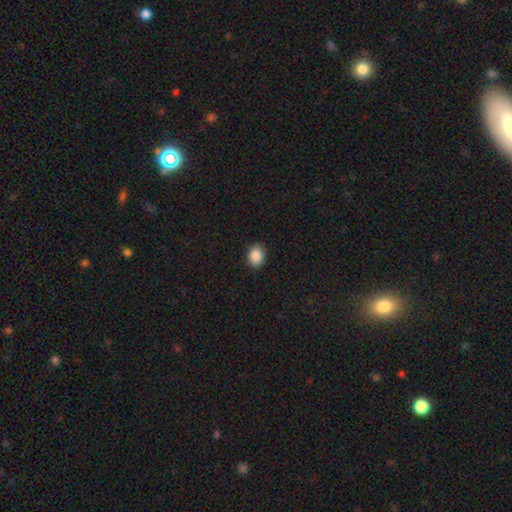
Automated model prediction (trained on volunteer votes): Smooth or featured: smooth — 89% (star or artifact — 8%)
How rounded: in between — 62% (round — 37%)
Merging: none — 87% (minor disturbance — 10%)